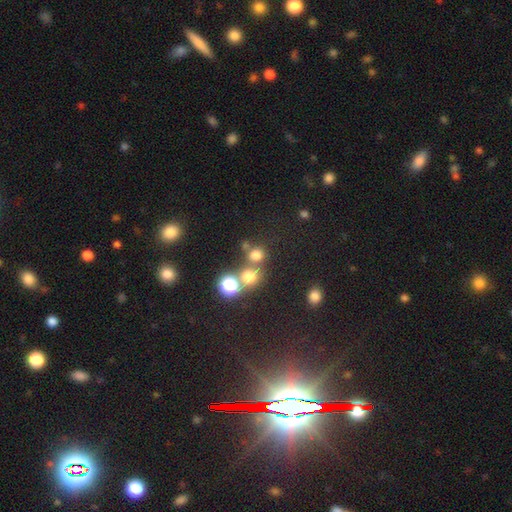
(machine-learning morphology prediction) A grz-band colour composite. It shows a smooth galaxy with no disk features (68%) that is round (86%). Merging: none (61%).